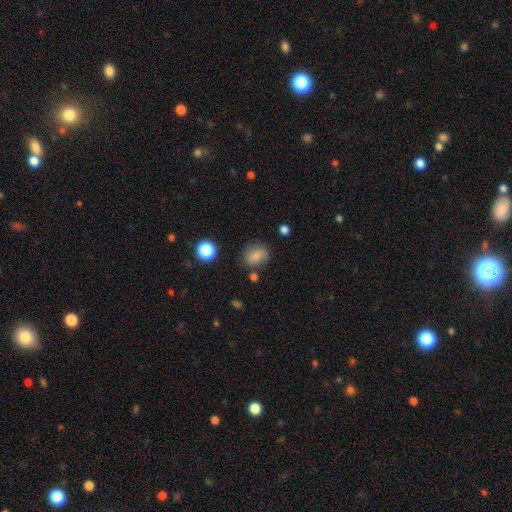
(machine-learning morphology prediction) This appears to be a smooth galaxy with no disk features (77%) that is round (55%). Merging: none (75%).